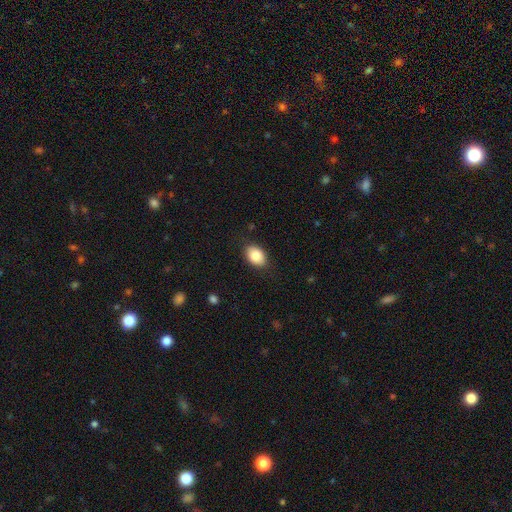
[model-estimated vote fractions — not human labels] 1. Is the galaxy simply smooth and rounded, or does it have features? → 85% smooth, 7% star or artifact, 7% featured or disk.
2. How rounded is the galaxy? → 81% in between, 18% round, 1% cigar-shaped.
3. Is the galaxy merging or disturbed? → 84% none, 12% minor disturbance, 3% major disturbance, 1% merger.